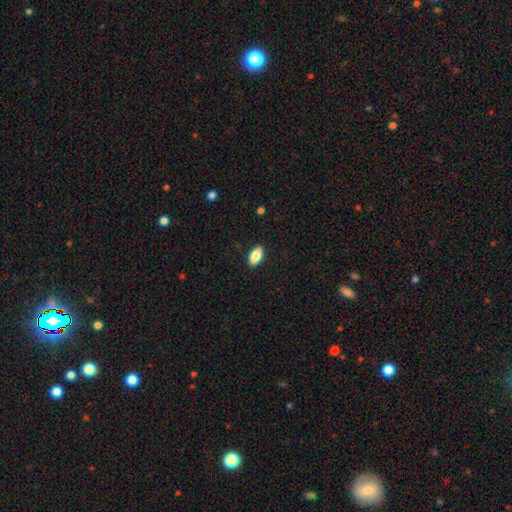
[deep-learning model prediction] Smooth or featured: smooth — 82% (featured or disk — 11%)
How rounded: in between — 88% (cigar-shaped — 9%)
Merging: none — 89% (minor disturbance — 8%)